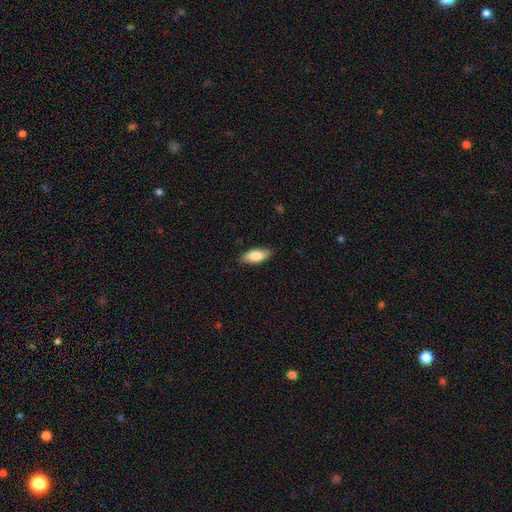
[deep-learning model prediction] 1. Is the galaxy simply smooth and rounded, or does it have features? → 84% smooth, 11% featured or disk, 6% star or artifact.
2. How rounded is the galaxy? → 83% in between, 15% cigar-shaped, 2% round.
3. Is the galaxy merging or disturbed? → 85% none, 12% minor disturbance, 2% major disturbance, 1% merger.